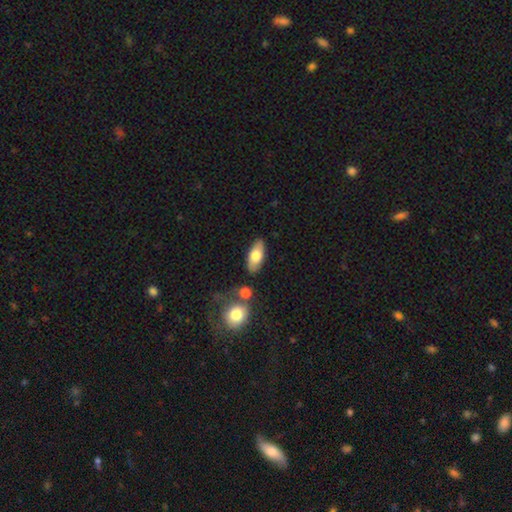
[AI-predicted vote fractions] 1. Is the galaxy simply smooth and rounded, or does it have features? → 73% smooth, 21% featured or disk, 6% star or artifact.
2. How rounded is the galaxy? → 83% in between, 13% cigar-shaped, 3% round.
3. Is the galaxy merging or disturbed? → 80% none, 12% minor disturbance, 6% merger, 3% major disturbance.